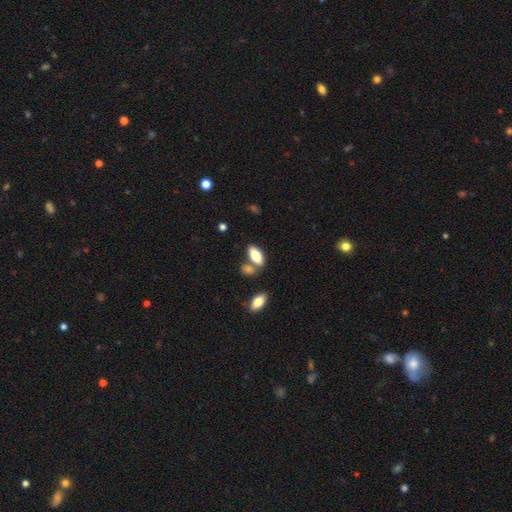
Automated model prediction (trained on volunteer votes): This is clearly a smooth galaxy (80%). How rounded: clearly in between (86%). Merging: possibly none (60%).